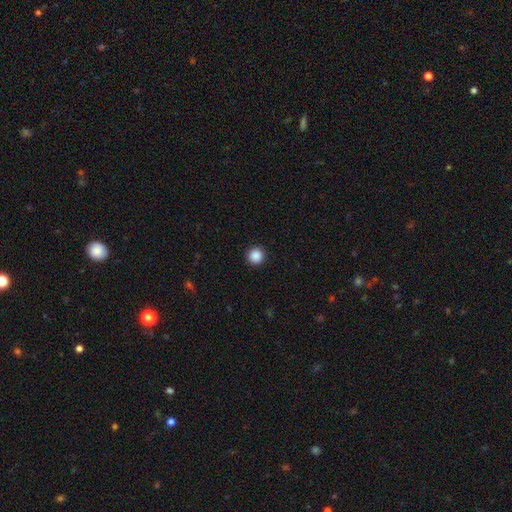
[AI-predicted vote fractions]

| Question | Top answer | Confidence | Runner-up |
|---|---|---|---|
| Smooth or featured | smooth | 88% | star or artifact (10%) |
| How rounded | round | 95% | in between (4%) |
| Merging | none | 93% | minor disturbance (4%) |